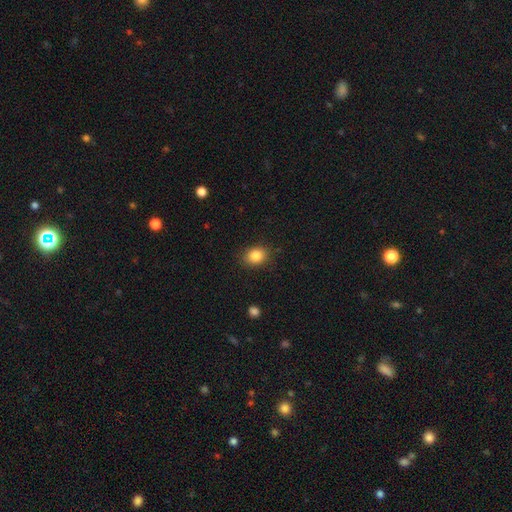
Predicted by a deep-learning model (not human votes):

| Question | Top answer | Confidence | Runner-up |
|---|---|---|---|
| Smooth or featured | smooth | 85% | star or artifact (9%) |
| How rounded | in between | 56% | round (43%) |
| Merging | none | 86% | minor disturbance (10%) |